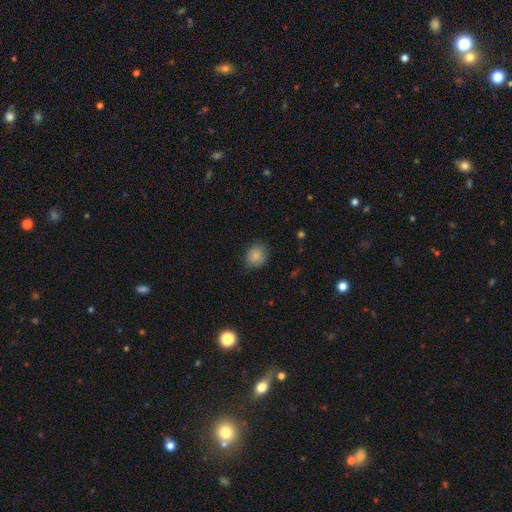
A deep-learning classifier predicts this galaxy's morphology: Smooth or featured? smooth (87%)
How rounded? round (51%)
Merging? none (78%)